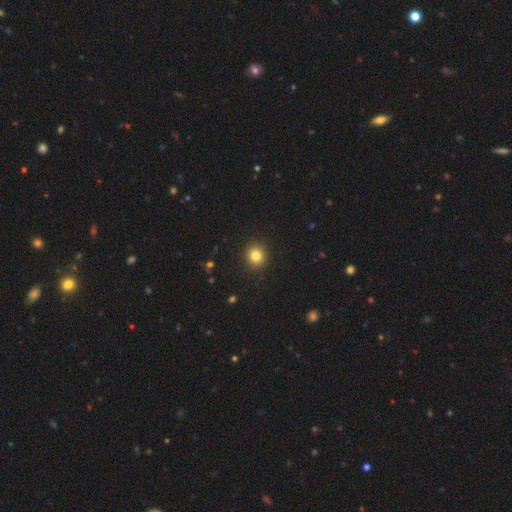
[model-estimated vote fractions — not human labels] Morphology: type=smooth (83%); roundness=round (87%); merging=none (91%).